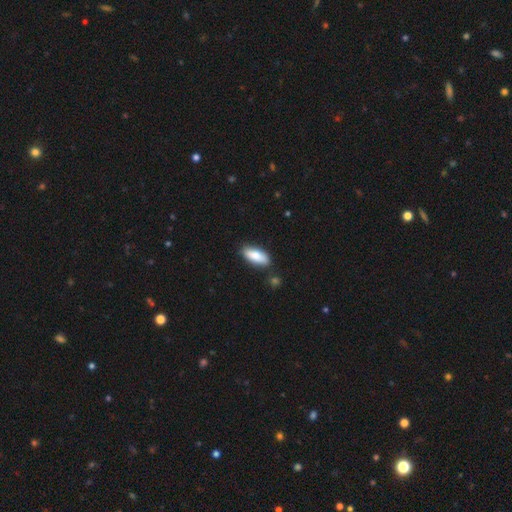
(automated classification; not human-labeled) Overall: smooth (84%). How rounded: in between (81%). Merging: none (81%).